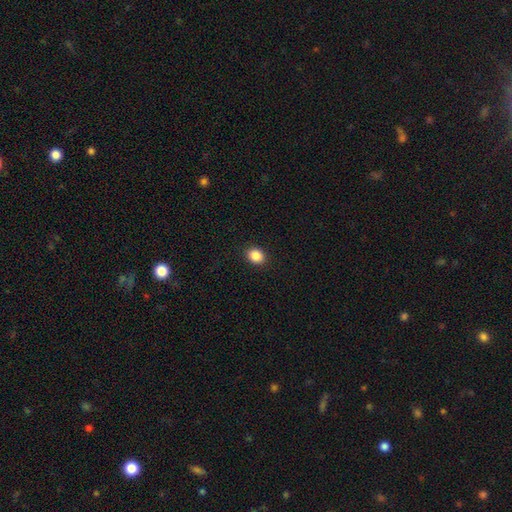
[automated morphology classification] Smooth or featured? smooth (87%)
How rounded? in between (52%)
Merging? none (91%)